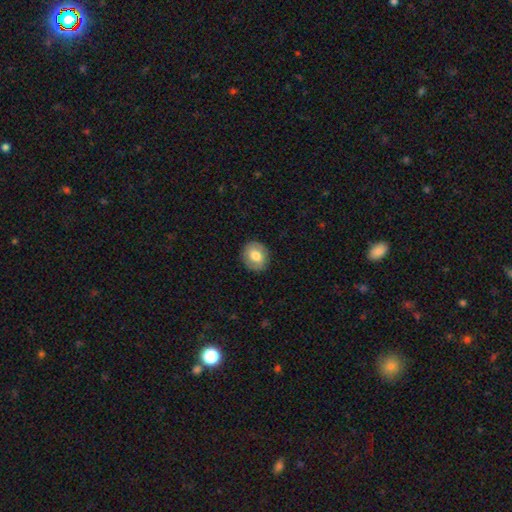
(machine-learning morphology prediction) Q: Smooth or featured?
A: smooth (72%); runner-up: featured or disk (21%)
Q: How rounded?
A: round (73%); runner-up: in between (26%)
Q: Merging?
A: none (87%); runner-up: minor disturbance (9%)